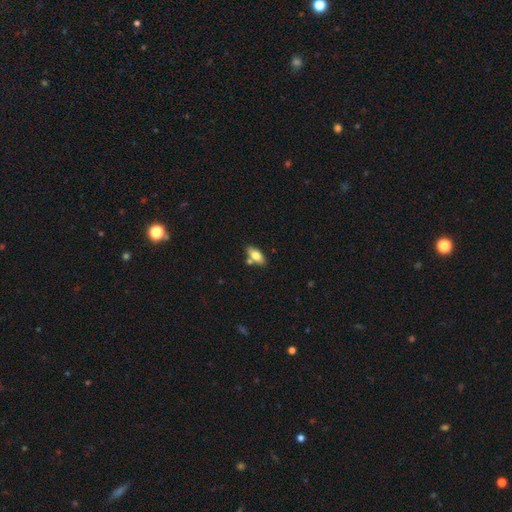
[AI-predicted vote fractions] Smooth or featured? smooth (75%)
How rounded? in between (87%)
Merging? none (70%)